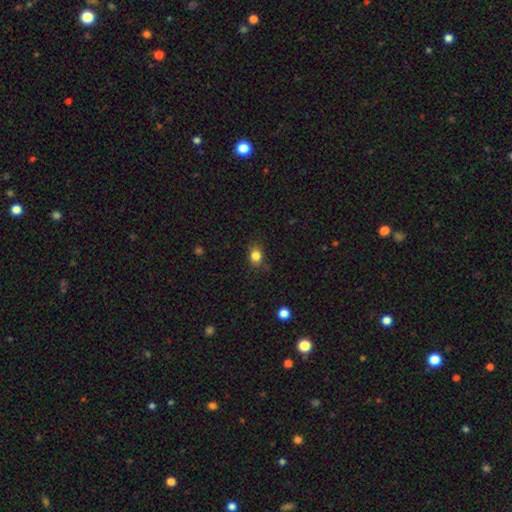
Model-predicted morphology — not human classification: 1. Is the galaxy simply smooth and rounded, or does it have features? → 83% smooth, 11% star or artifact, 5% featured or disk.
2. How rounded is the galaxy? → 52% in between, 47% round, 1% cigar-shaped.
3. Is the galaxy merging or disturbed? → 77% none, 17% minor disturbance, 4% major disturbance, 2% merger.